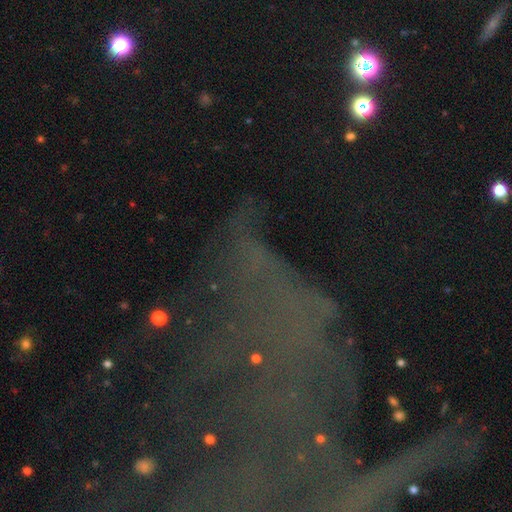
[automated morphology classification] type=star or artifact (64%).